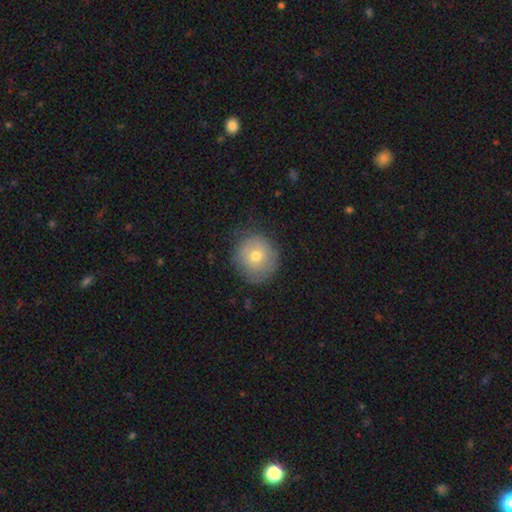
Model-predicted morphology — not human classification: smooth 66%, featured or disk 23%, star or artifact 11%. Down the decision tree: how rounded — round (90%); merging — none (77%).